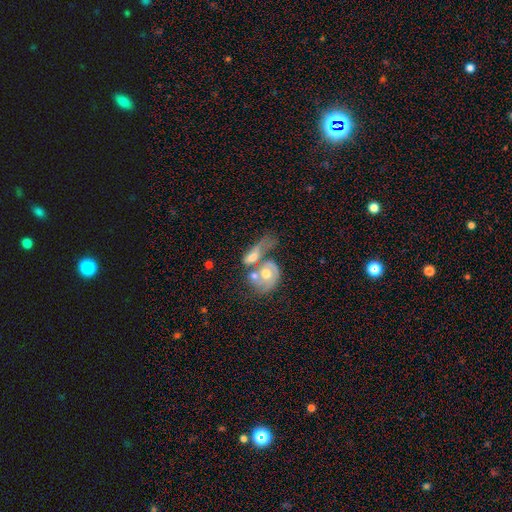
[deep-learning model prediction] A featured or disk galaxy (60%) with no bar (76%), spiral arms (59%) and a moderate central bulge (67%).

Vote fractions:
- Smooth or featured? featured or disk: 60% / smooth: 32% / star or artifact: 8%
- Edge-on disk? no: 90% / yes: 10%
- Bar? no: 76% / weak: 19% / strong: 5%
- Spiral arms? yes: 59% / no: 41%
- Bulge size? moderate: 67% / small: 21% / large: 8% / none: 3% / dominant: 2%
- Merging? merger: 61% / none: 17% / major disturbance: 13% / minor disturbance: 9%